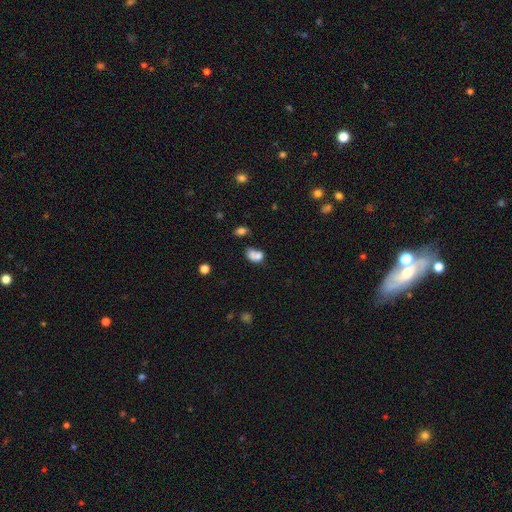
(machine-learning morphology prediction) A smooth galaxy with no disk features (73%) that is in between round and cigar-shaped (66%). Merging: merger (53%).